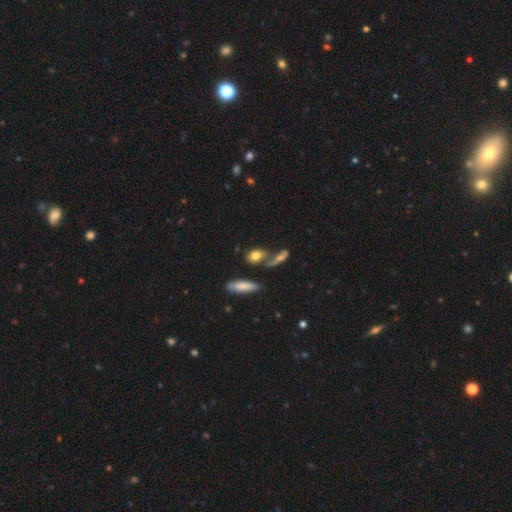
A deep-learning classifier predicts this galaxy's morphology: This appears to be a smooth galaxy with no disk features (74%) that is in between round and cigar-shaped (50%). Merging: none (53%).